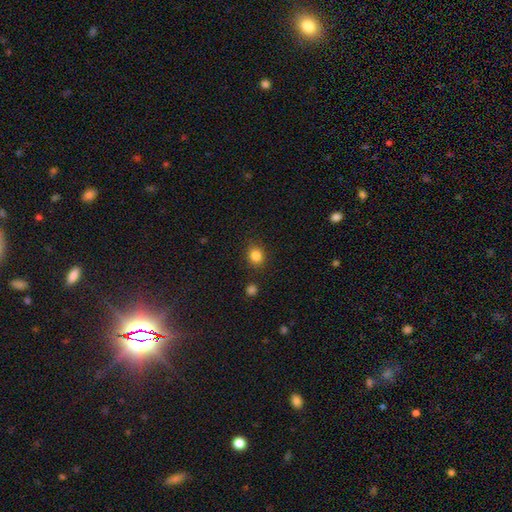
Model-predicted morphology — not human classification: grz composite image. It shows a smooth galaxy with no disk features (84%) that is round (71%). Merging: none (86%).